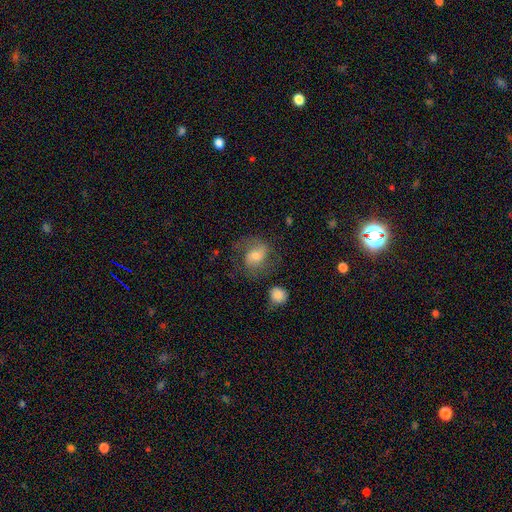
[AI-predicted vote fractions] Smooth or featured?
  - featured or disk: 58% *
  - smooth: 32%
  - star or artifact: 9%
Edge-on disk?
  - no: 97% *
  - yes: 3%
Bar?
  - weak: 44% *
  - no: 40%
  - strong: 16%
Spiral arms?
  - yes: 88% *
  - no: 12%
Bulge size?
  - moderate: 58% *
  - small: 31%
  - large: 8%
  - none: 2%
  - dominant: 1%
Merging?
  - none: 62% *
  - minor disturbance: 19%
  - major disturbance: 14%
  - merger: 4%